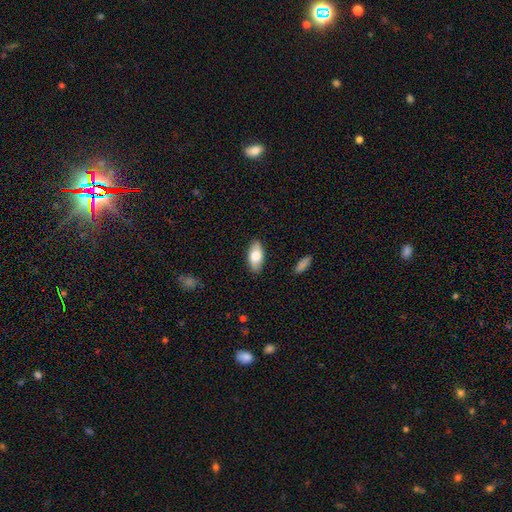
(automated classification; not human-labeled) smooth_or_featured: smooth (p=0.74) [alt: featured or disk p=0.19]
how_rounded: in between (p=0.91) [alt: cigar-shaped p=0.06]
merging: none (p=0.86) [alt: minor disturbance p=0.11]